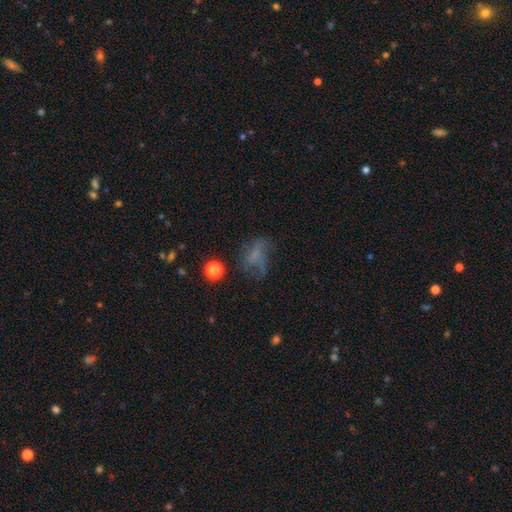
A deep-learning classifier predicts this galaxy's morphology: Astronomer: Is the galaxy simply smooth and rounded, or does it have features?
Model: smooth — 45% (runner-up: featured or disk, 34%).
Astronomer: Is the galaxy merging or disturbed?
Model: major disturbance — 38% (runner-up: none, 36%).